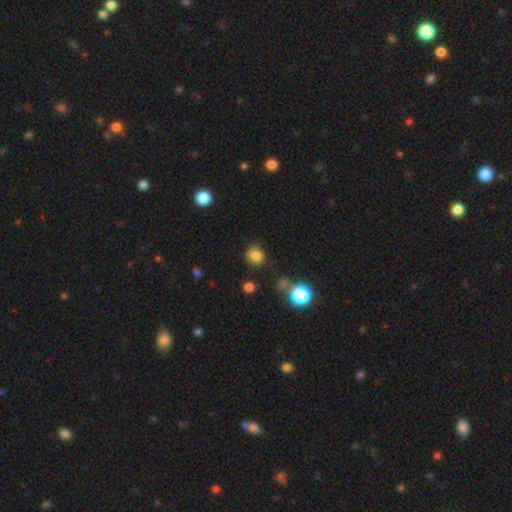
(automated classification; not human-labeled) Smooth or featured?
  - smooth: 82% *
  - star or artifact: 13%
  - featured or disk: 5%
How rounded?
  - round: 84% *
  - in between: 15%
  - cigar-shaped: 1%
Merging?
  - none: 80% *
  - minor disturbance: 13%
  - major disturbance: 4%
  - merger: 3%